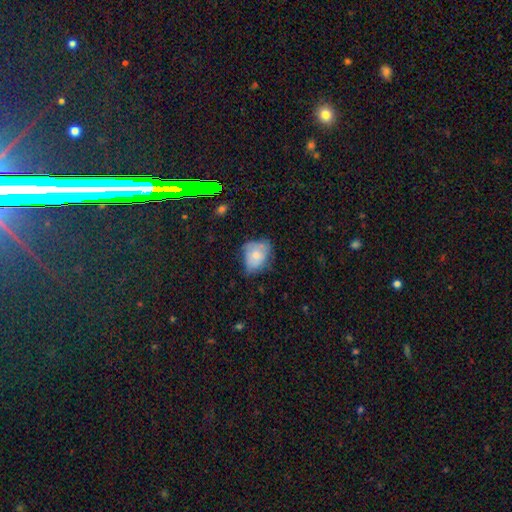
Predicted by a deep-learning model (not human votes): smooth 67%, featured or disk 23%, star or artifact 9%. Down the decision tree: how rounded — in between (61%); merging — none (41%).